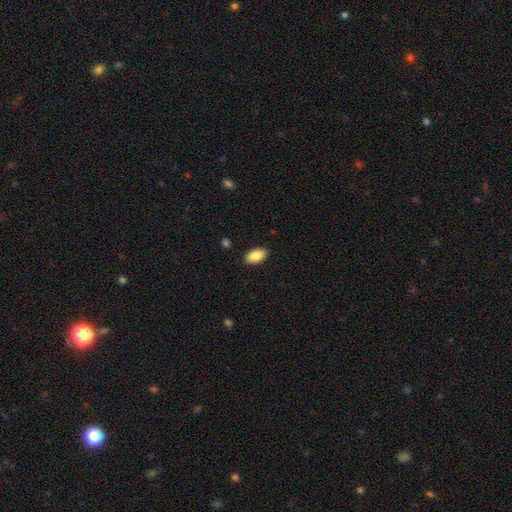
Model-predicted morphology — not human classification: smooth_or_featured: smooth (p=0.85) [alt: featured or disk p=0.08]
how_rounded: in between (p=0.93) [alt: round p=0.05]
merging: none (p=0.88) [alt: minor disturbance p=0.09]